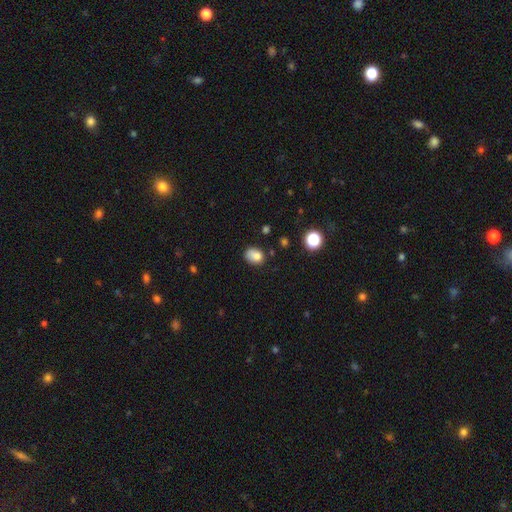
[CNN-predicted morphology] The model was most divided on "how rounded": in between: 58%, round: 41%, cigar-shaped: 1%. More confident: smooth or featured — smooth (79%); merging — none (61%).